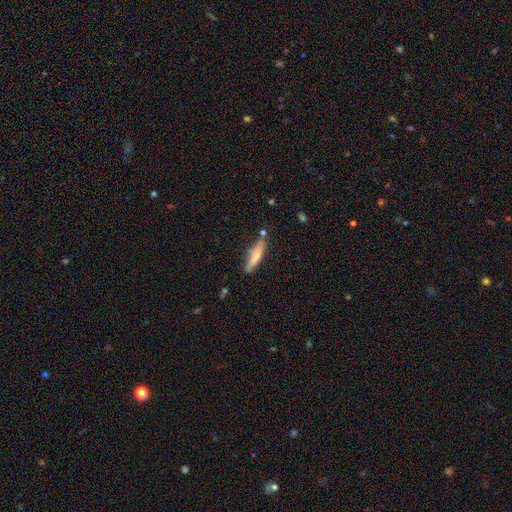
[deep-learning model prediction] This appears to be a smooth galaxy with no disk features (71%) that is cigar-shaped (76%). Merging: none (68%).